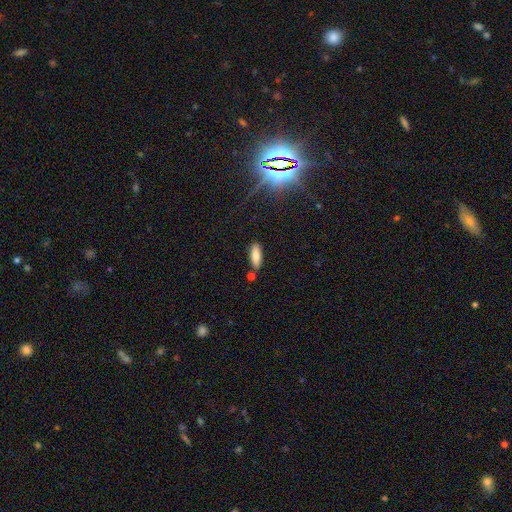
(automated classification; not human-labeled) smooth-or-featured: smooth: 82% | featured or disk: 10% | star or artifact: 8%
  how-rounded: in between: 67% | cigar-shaped: 31% | round: 2%
  merging: none: 80% | minor disturbance: 11% | merger: 7% | major disturbance: 2%